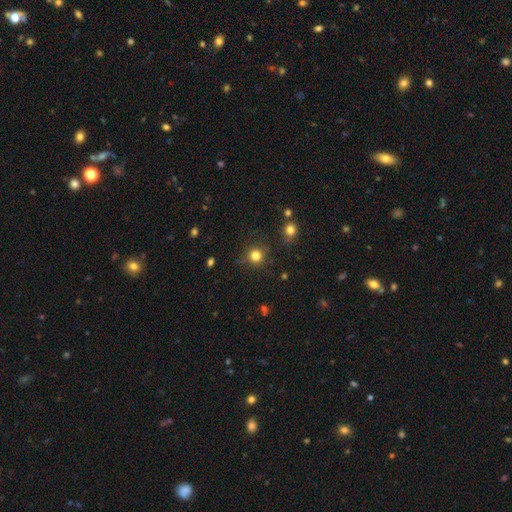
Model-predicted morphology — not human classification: Smooth or featured?
  - smooth: 80% *
  - star or artifact: 15%
  - featured or disk: 5%
How rounded?
  - round: 93% *
  - in between: 6%
  - cigar-shaped: 1%
Merging?
  - none: 84% *
  - minor disturbance: 10%
  - major disturbance: 3%
  - merger: 2%